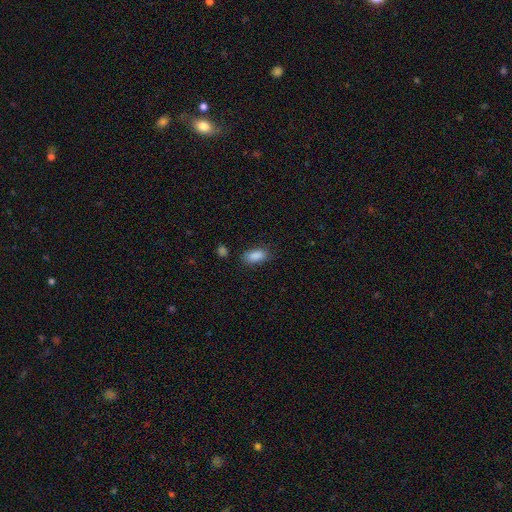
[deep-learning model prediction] Smooth or featured?
  - smooth: 88% *
  - star or artifact: 8%
  - featured or disk: 4%
How rounded?
  - in between: 88% *
  - cigar-shaped: 9%
  - round: 3%
Merging?
  - none: 80% *
  - minor disturbance: 14%
  - major disturbance: 4%
  - merger: 3%